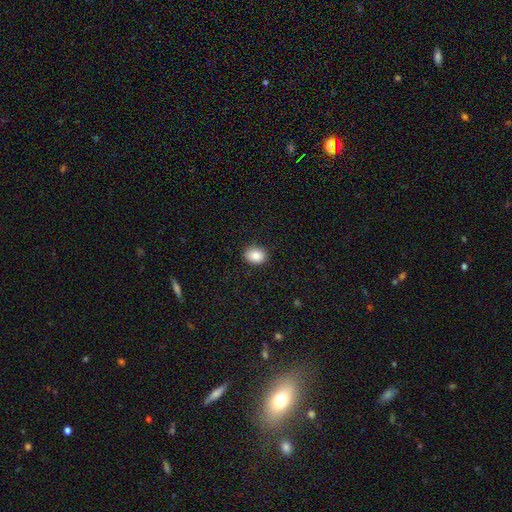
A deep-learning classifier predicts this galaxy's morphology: Smooth or featured? Predicted: smooth (p=0.87). How rounded? Predicted: in between (p=0.58). Merging? Predicted: none (p=0.88).